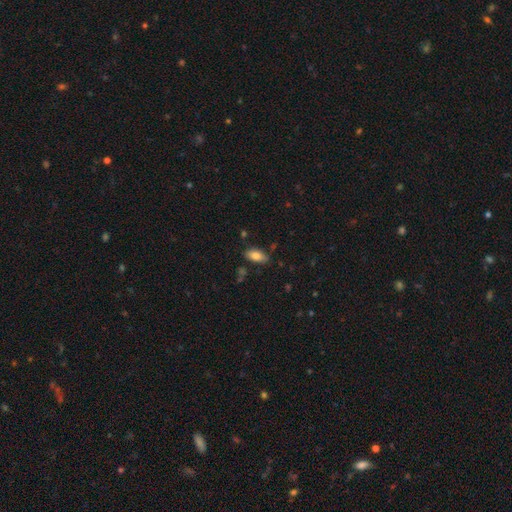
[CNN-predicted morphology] Smooth or featured?
  - smooth: 82% *
  - featured or disk: 10%
  - star or artifact: 8%
How rounded?
  - in between: 89% *
  - cigar-shaped: 7%
  - round: 3%
Merging?
  - none: 79% *
  - minor disturbance: 14%
  - merger: 3%
  - major disturbance: 3%